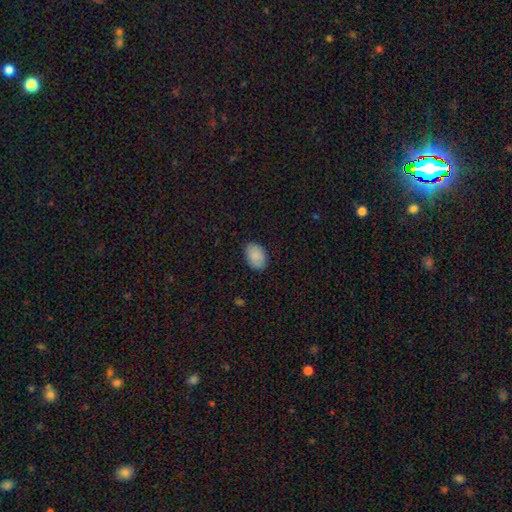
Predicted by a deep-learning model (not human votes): A smooth galaxy with no disk features (89%) that is in between round and cigar-shaped (87%).

Vote fractions:
- Smooth or featured? smooth: 89% / star or artifact: 7% / featured or disk: 5%
- How rounded? in between: 87% / round: 12% / cigar-shaped: 1%
- Merging? none: 85% / minor disturbance: 12% / major disturbance: 2% / merger: 1%